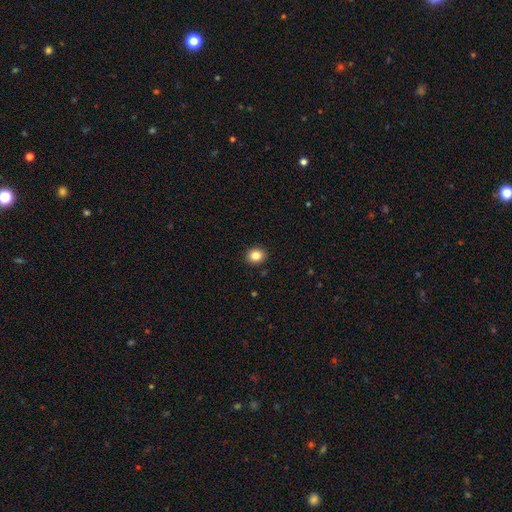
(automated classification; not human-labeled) A smooth galaxy with no disk features (85%) that is round (68%). Merging: none (91%).